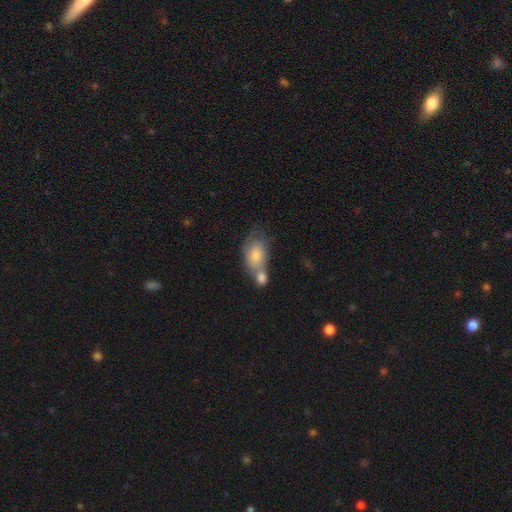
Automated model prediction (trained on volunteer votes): Q: Smooth or featured?
A: smooth (71%); runner-up: featured or disk (22%)
Q: How rounded?
A: in between (82%); runner-up: round (16%)
Q: Merging?
A: merger (56%); runner-up: none (24%)